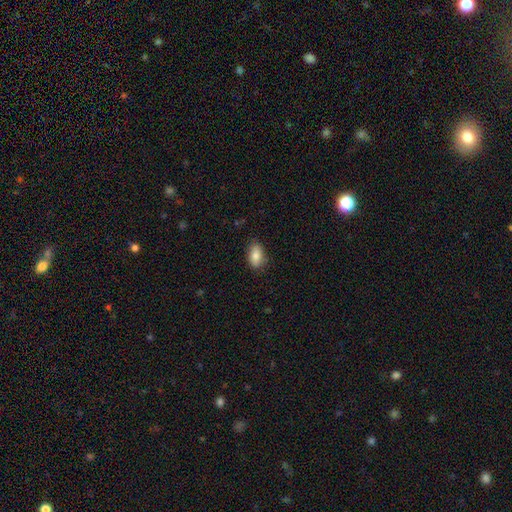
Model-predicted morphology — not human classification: smooth-or-featured: smooth: 84% | featured or disk: 9% | star or artifact: 7%
  how-rounded: in between: 90% | round: 6% | cigar-shaped: 4%
  merging: none: 82% | minor disturbance: 14% | major disturbance: 3% | merger: 1%